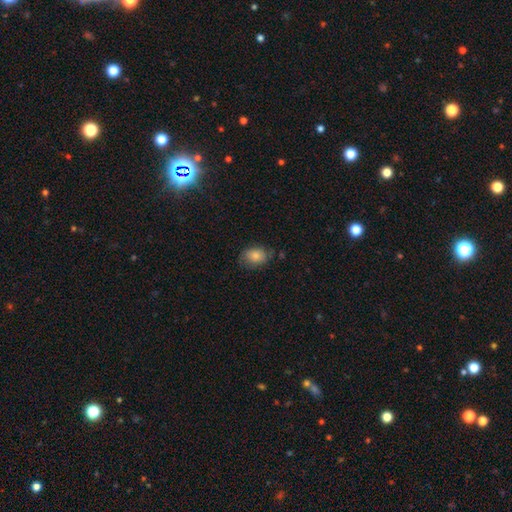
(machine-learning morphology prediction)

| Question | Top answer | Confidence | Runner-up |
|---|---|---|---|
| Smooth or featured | smooth | 80% | featured or disk (12%) |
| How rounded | in between | 73% | round (26%) |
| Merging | none | 68% | minor disturbance (24%) |